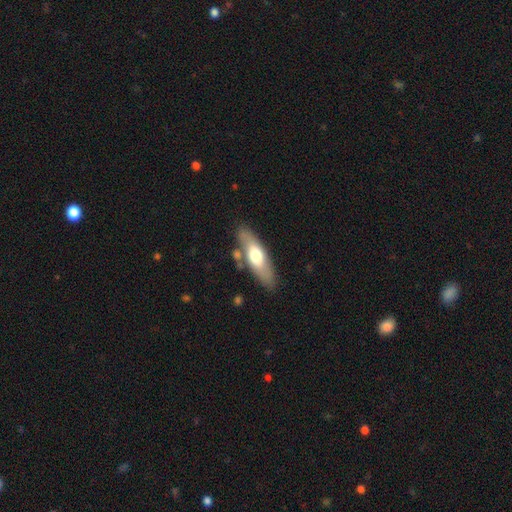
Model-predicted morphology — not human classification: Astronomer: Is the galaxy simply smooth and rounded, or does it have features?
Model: smooth — 55% (runner-up: featured or disk, 39%).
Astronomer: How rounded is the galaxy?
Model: in between — 55% (runner-up: cigar-shaped, 42%).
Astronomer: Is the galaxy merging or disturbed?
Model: none — 75%.